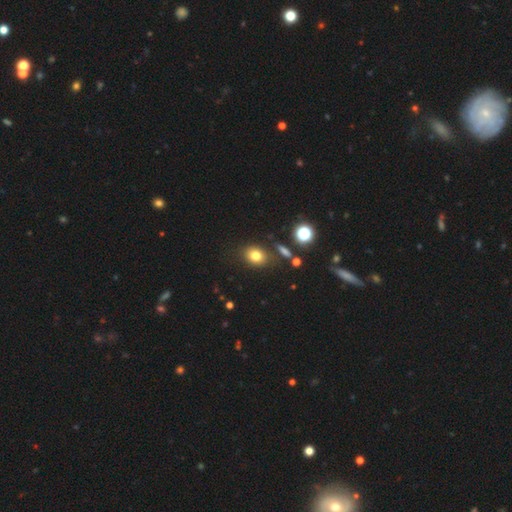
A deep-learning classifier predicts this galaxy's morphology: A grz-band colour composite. It shows a smooth galaxy with no disk features (77%) that is round (50%). Merging: none (79%).